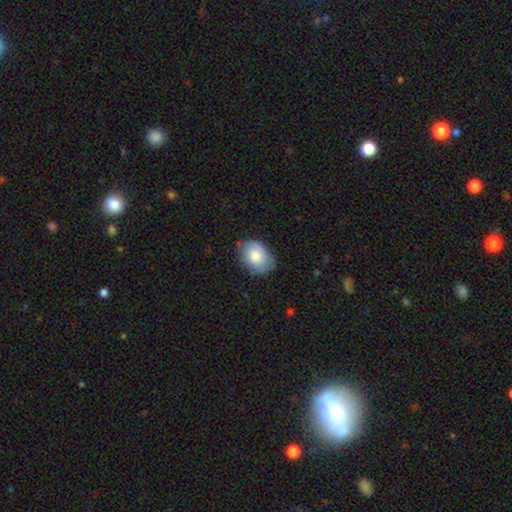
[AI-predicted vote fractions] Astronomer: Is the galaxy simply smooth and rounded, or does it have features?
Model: smooth — 74%.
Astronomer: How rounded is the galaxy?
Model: in between — 77%.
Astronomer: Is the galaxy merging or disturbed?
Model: none — 71%.